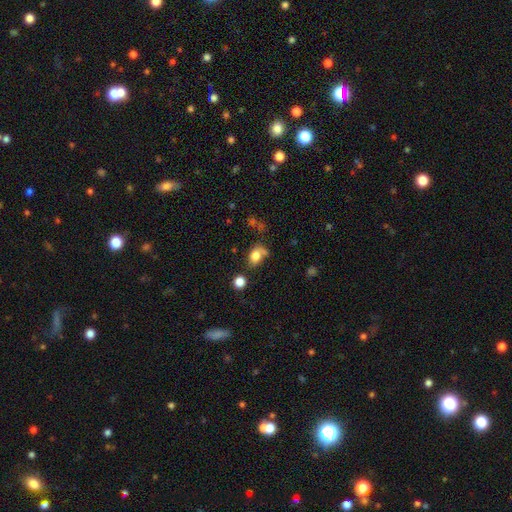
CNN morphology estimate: Q: Smooth or featured?
A: smooth (75%); runner-up: featured or disk (14%)
Q: How rounded?
A: in between (66%); runner-up: round (33%)
Q: Merging?
A: none (47%); runner-up: minor disturbance (25%)